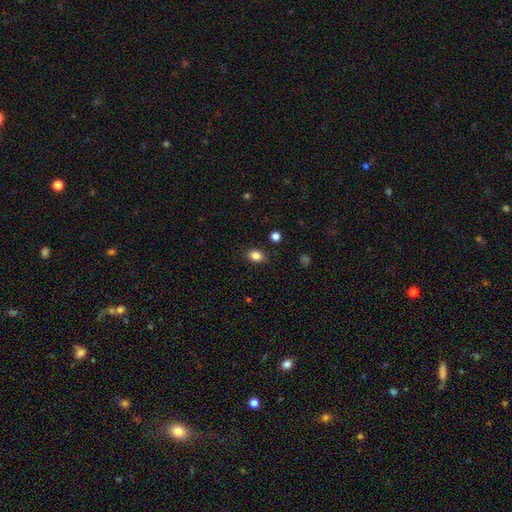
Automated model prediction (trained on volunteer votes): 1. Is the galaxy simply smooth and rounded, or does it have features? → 84% smooth, 10% star or artifact, 5% featured or disk.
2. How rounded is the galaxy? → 66% in between, 33% round, 1% cigar-shaped.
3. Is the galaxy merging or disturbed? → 87% none, 9% minor disturbance, 2% major disturbance, 2% merger.